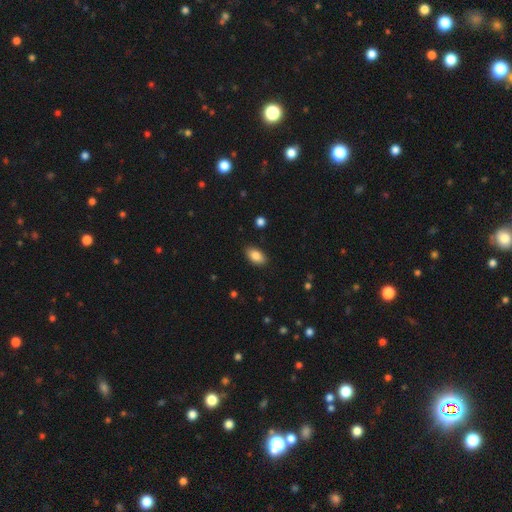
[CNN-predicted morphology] type=smooth (86%); roundness=in between (93%); merging=none (88%).